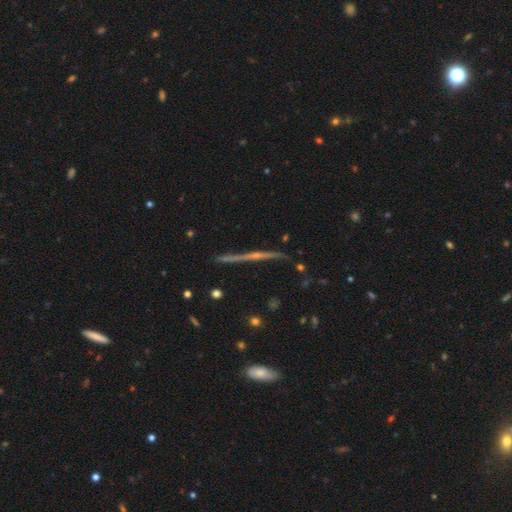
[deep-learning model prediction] The model was most divided on "edge-on bulge": rounded: 55%, none: 36%, boxy: 9%. More confident: edge-on disk — yes (98%); merging — none (87%); smooth or featured — featured or disk (80%).